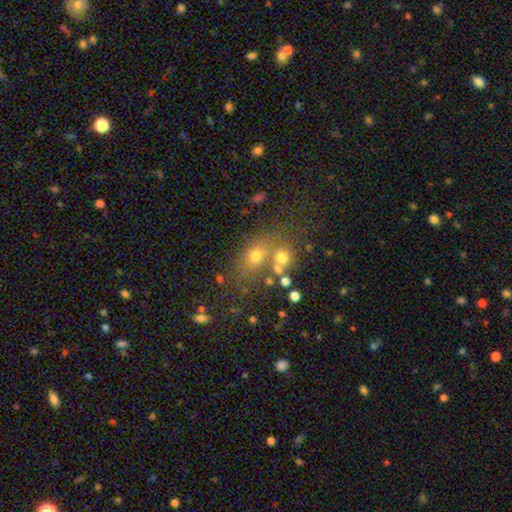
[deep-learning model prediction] smooth-or-featured: smooth: 61% | star or artifact: 20% | featured or disk: 19%
  how-rounded: in between: 53% | round: 44% | cigar-shaped: 3%
  merging: none: 47% | merger: 35% | minor disturbance: 12% | major disturbance: 6%